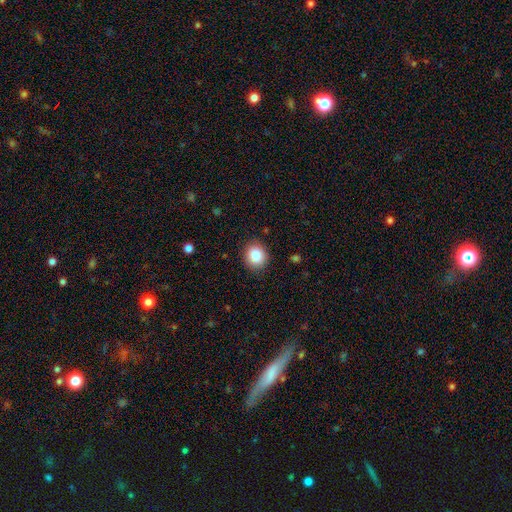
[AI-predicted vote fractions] Smooth or featured? Predicted: smooth (p=0.87). How rounded? Predicted: round (p=0.77). Merging? Predicted: none (p=0.88).